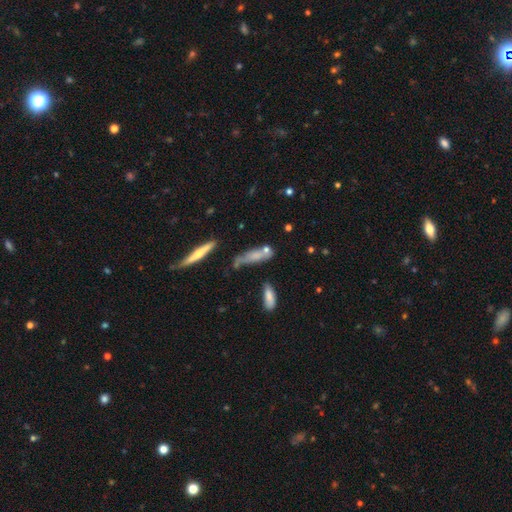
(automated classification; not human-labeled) Smooth or featured? smooth (57%)
How rounded? cigar-shaped (60%)
Merging? none (45%)